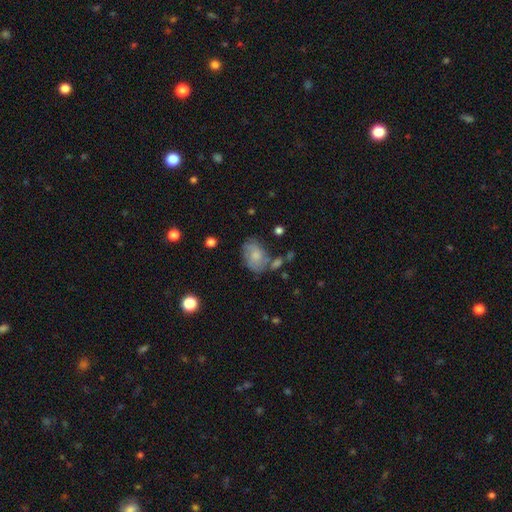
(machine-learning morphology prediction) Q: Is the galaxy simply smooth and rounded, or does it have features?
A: smooth — 62%.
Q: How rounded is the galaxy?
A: in between — 80%.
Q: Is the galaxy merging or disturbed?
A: none — 53%.